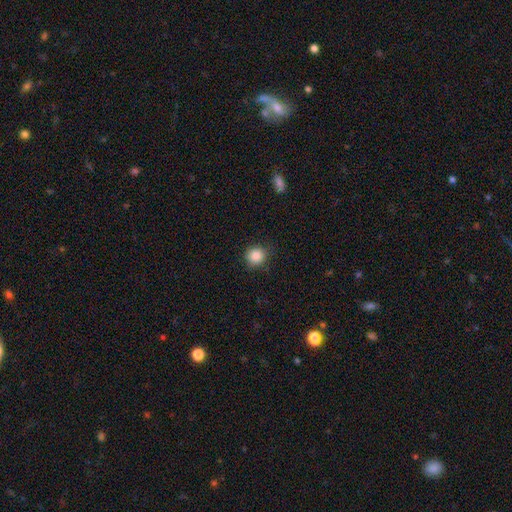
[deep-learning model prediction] Smooth or featured?
  - smooth: 87% *
  - star or artifact: 9%
  - featured or disk: 3%
How rounded?
  - round: 90% *
  - in between: 9%
  - cigar-shaped: 1%
Merging?
  - none: 86% *
  - minor disturbance: 10%
  - major disturbance: 3%
  - merger: 1%